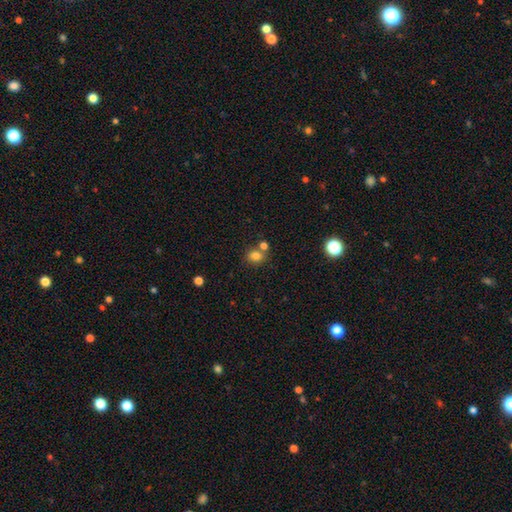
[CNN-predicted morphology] Smooth or featured? smooth (80%)
How rounded? round (65%)
Merging? none (60%)